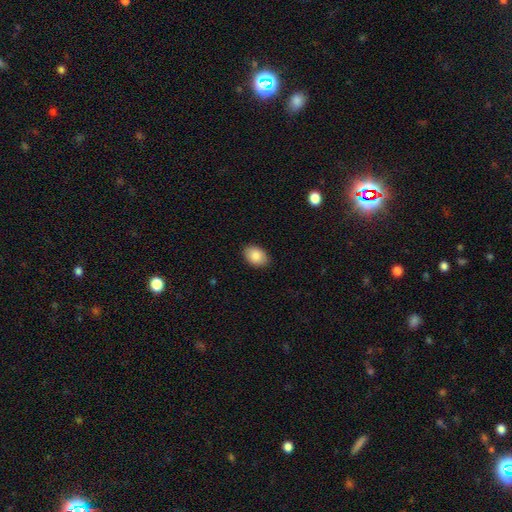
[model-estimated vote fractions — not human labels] smooth-or-featured: smooth: 87% | star or artifact: 7% | featured or disk: 6%
  how-rounded: in between: 85% | round: 14% | cigar-shaped: 1%
  merging: none: 88% | minor disturbance: 9% | major disturbance: 2% | merger: 1%